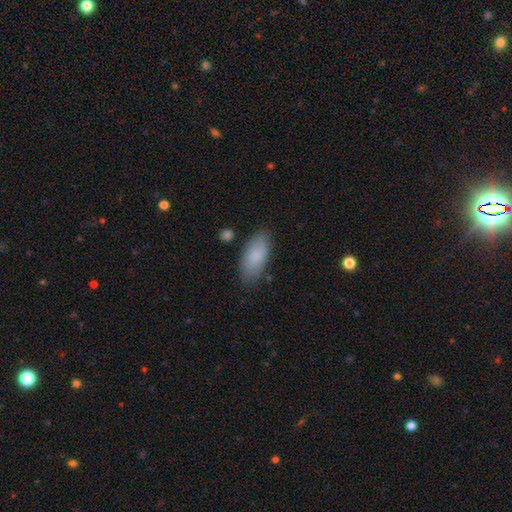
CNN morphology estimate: Smooth or featured? smooth (84%)
How rounded? in between (90%)
Merging? none (81%)